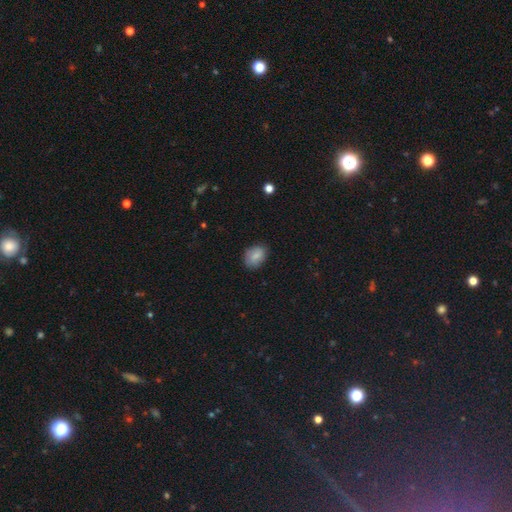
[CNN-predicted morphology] Q: Smooth or featured?
A: smooth (84%); runner-up: featured or disk (8%)
Q: How rounded?
A: in between (76%); runner-up: round (23%)
Q: Merging?
A: none (80%); runner-up: minor disturbance (16%)